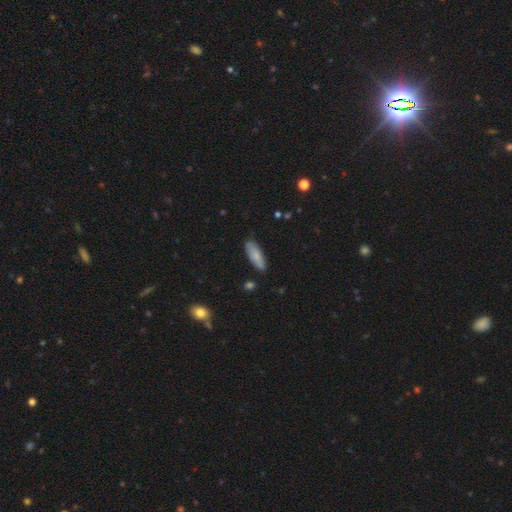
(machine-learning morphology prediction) The model was most divided on "how rounded": in between: 67%, cigar-shaped: 32%, round: 2%. More confident: merging — none (79%); smooth or featured — smooth (79%).